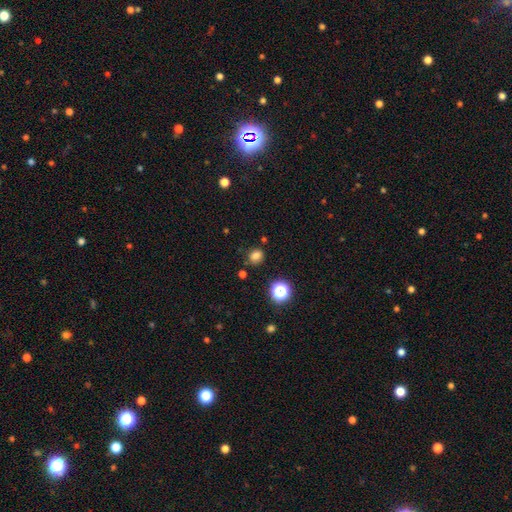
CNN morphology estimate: smooth-or-featured: smooth: 77% | star or artifact: 17% | featured or disk: 5%
  how-rounded: round: 65% | in between: 34% | cigar-shaped: 1%
  merging: none: 79% | minor disturbance: 13% | merger: 4% | major disturbance: 3%